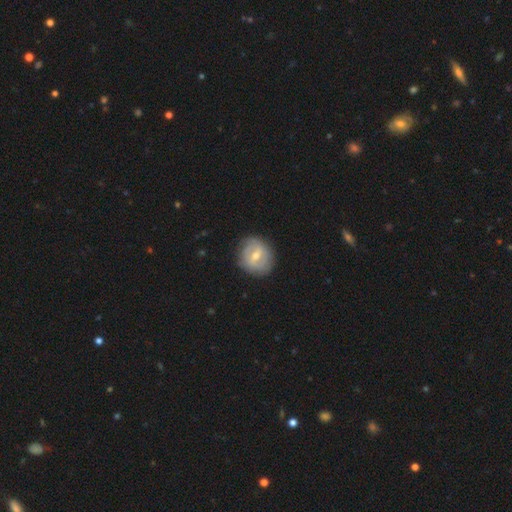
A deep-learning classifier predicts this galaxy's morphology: Smooth or featured: featured or disk — 59% (smooth — 35%)
Edge-on disk: no — 96% (yes — 4%)
Bar: weak — 55% (strong — 27%)
Spiral arms: yes — 62% (no — 38%)
Bulge size: moderate — 59% (small — 36%)
Merging: none — 81% (minor disturbance — 14%)